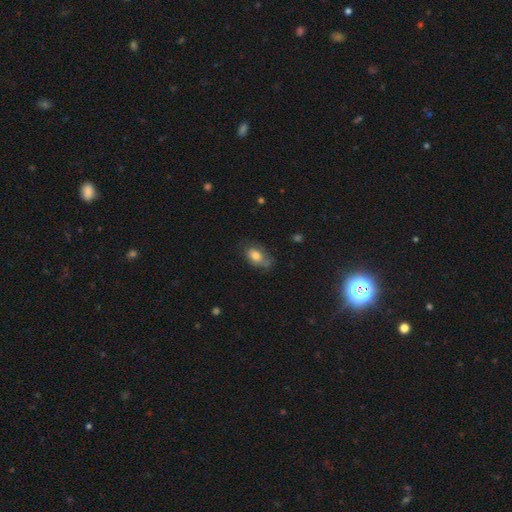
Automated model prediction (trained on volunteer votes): Morphology: type=smooth (68%); roundness=in between (86%); merging=none (54%).